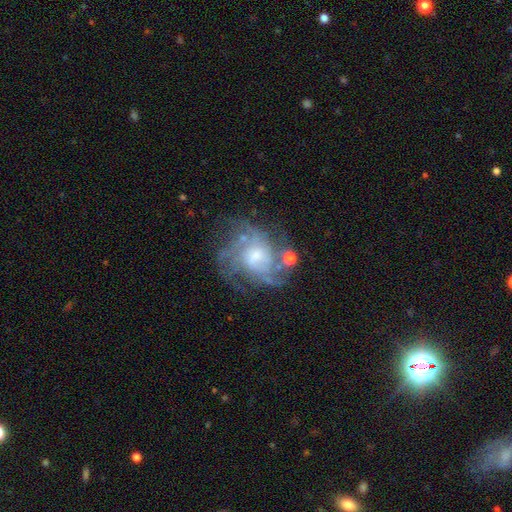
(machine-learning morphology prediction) This is likely a featured or disk galaxy (78%). It is clearly not viewed edge-on (98%). Bar: likely no (63%). Spiral arm pattern: clearly yes (86%). Spiral arm count: marginally can't tell (41%). Spiral winding: marginally tight (42%). Central bulge: possibly moderate (47%). Merging: possibly none (57%).